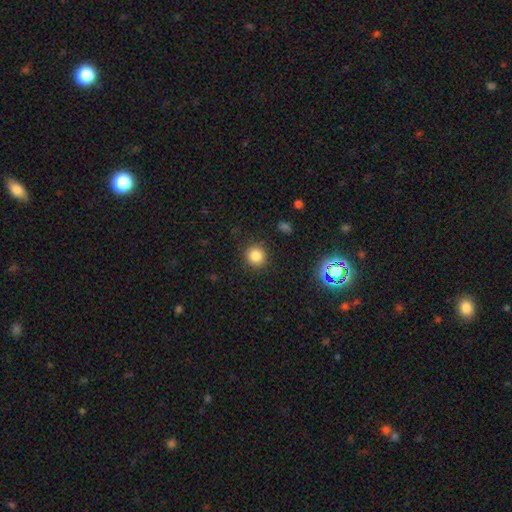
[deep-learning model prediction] smooth 82%, star or artifact 13%, featured or disk 5%. Down the decision tree: how rounded — round (92%); merging — none (89%).